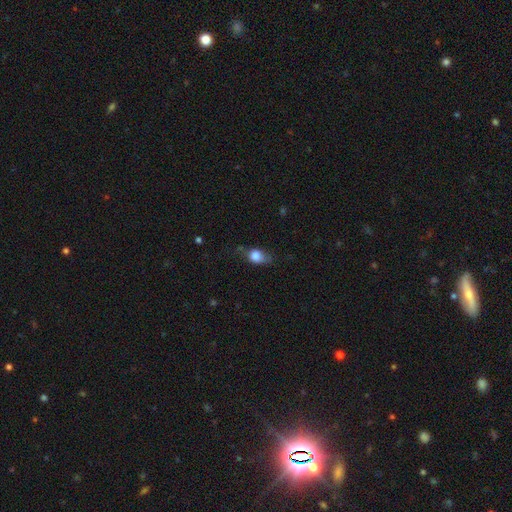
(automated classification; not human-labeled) Smooth or featured? smooth (77%)
How rounded? in between (56%)
Merging? none (51%)